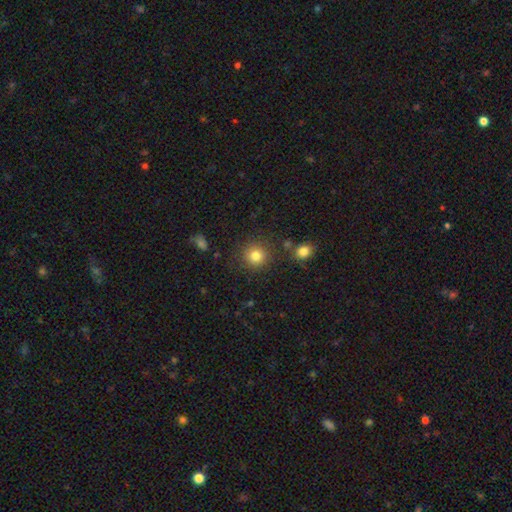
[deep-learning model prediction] smooth 82%, star or artifact 12%, featured or disk 6%. Down the decision tree: how rounded — round (92%); merging — none (85%).